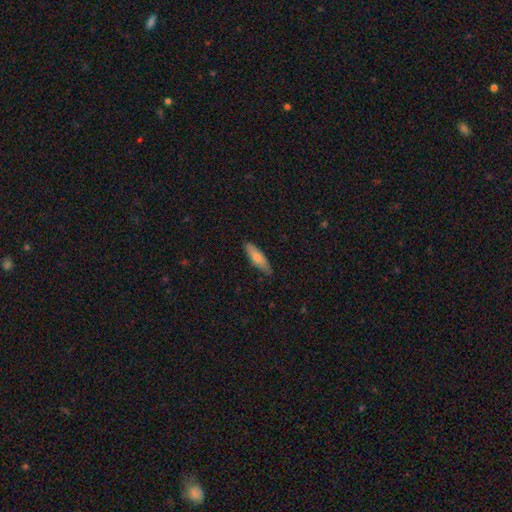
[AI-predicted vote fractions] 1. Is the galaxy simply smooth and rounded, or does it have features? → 71% smooth, 23% featured or disk, 6% star or artifact.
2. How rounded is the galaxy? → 62% cigar-shaped, 36% in between, 2% round.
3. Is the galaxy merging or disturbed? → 87% none, 11% minor disturbance, 2% major disturbance, 1% merger.